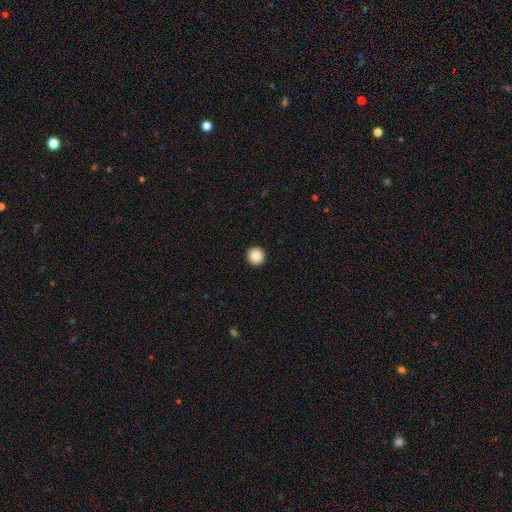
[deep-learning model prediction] A smooth galaxy with no disk features (86%) that is round (96%). Merging: none (94%).